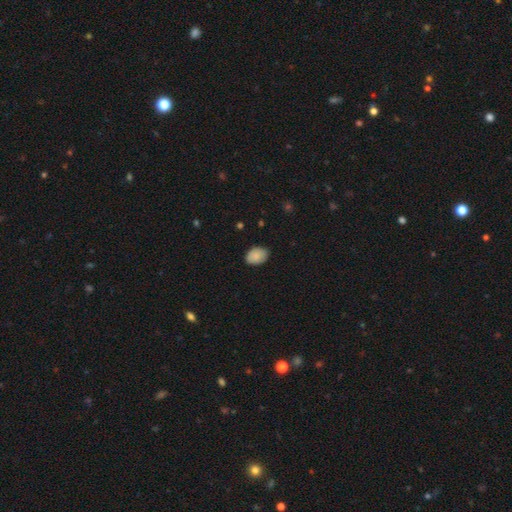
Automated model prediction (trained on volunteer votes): smooth 88%, star or artifact 7%, featured or disk 5%. Down the decision tree: how rounded — in between (78%); merging — none (82%).